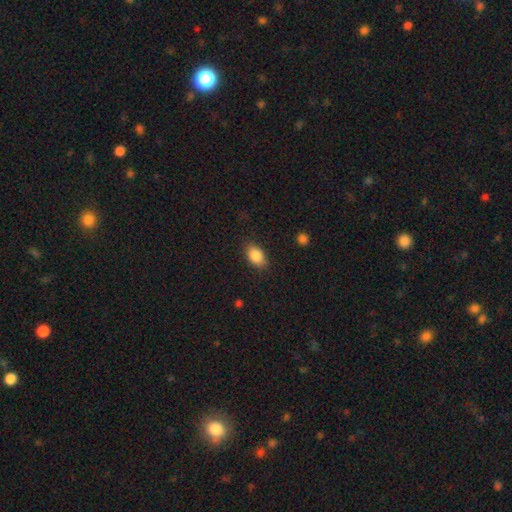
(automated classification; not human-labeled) This appears to be a smooth galaxy with no disk features (86%) that is in between round and cigar-shaped (85%). Merging: none (82%).